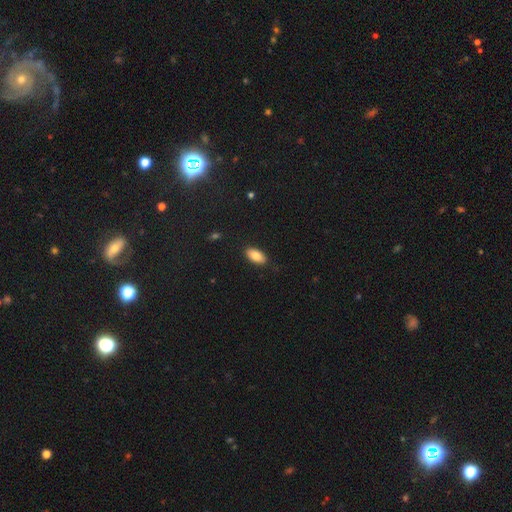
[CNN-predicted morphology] smooth-or-featured: smooth: 85% | featured or disk: 8% | star or artifact: 7%
  how-rounded: in between: 93% | cigar-shaped: 5% | round: 3%
  merging: none: 88% | minor disturbance: 9% | major disturbance: 2% | merger: 1%